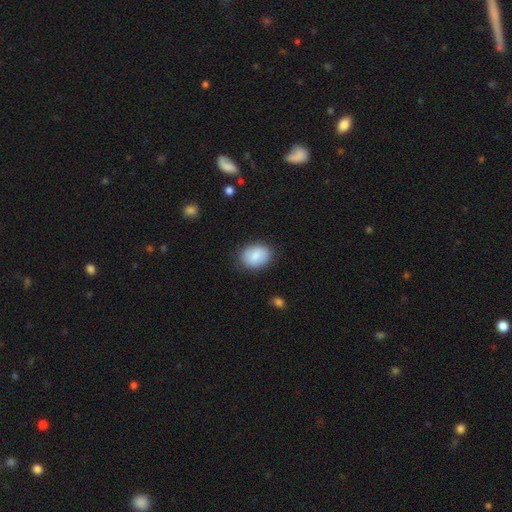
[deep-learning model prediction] smooth_or_featured: smooth (p=0.84) [alt: featured or disk p=0.09]
how_rounded: in between (p=0.63) [alt: round p=0.36]
merging: none (p=0.81) [alt: minor disturbance p=0.14]